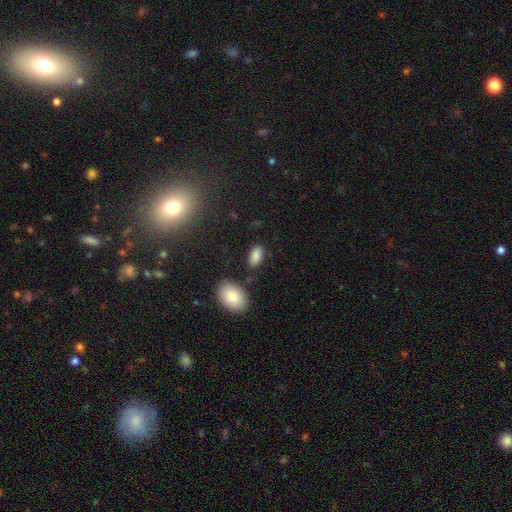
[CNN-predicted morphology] smooth 87%, star or artifact 8%, featured or disk 5%. Down the decision tree: how rounded — in between (92%); merging — none (82%).